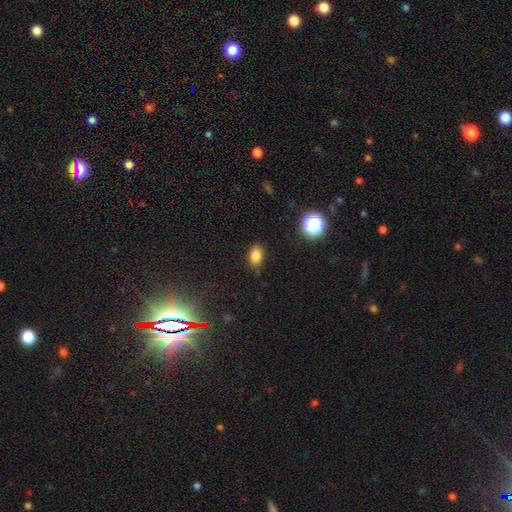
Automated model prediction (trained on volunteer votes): The model was most divided on "merging": none: 78%, minor disturbance: 17%, major disturbance: 3%, merger: 2%. More confident: smooth or featured — smooth (82%); how rounded — in between (81%).